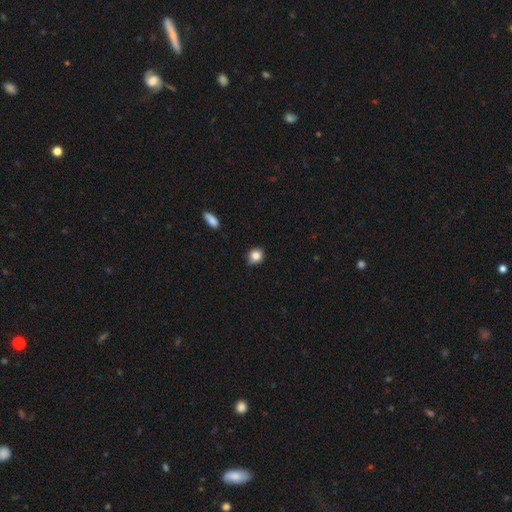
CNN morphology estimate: A smooth galaxy with no disk features (83%) that is round (70%).

Vote fractions:
- Smooth or featured? smooth: 83% / star or artifact: 10% / featured or disk: 7%
- How rounded? round: 70% / in between: 29% / cigar-shaped: 1%
- Merging? none: 77% / minor disturbance: 19% / major disturbance: 3% / merger: 1%